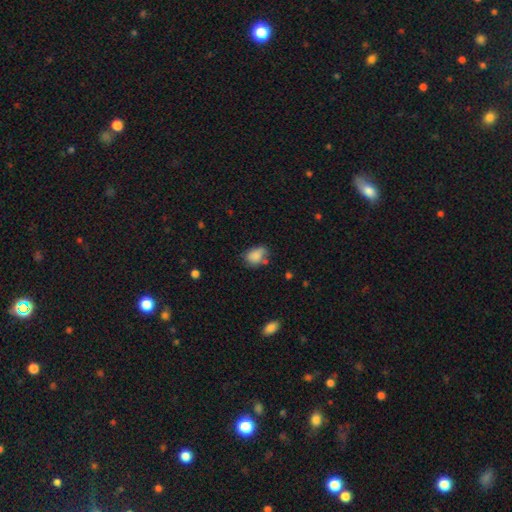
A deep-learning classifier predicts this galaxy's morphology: Smooth or featured?
  - smooth: 81% *
  - featured or disk: 10%
  - star or artifact: 9%
How rounded?
  - in between: 71% *
  - round: 28%
  - cigar-shaped: 1%
Merging?
  - none: 49% *
  - minor disturbance: 31%
  - merger: 10%
  - major disturbance: 10%